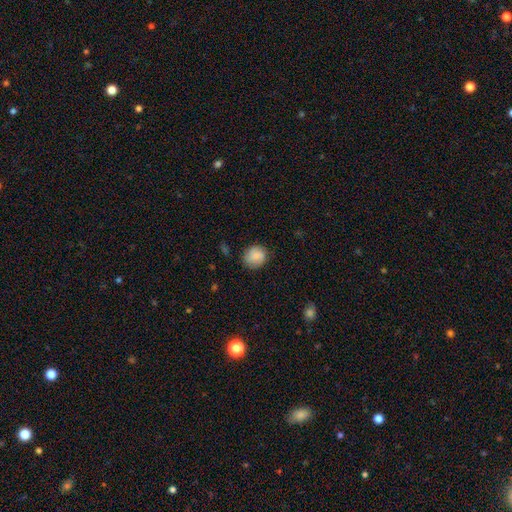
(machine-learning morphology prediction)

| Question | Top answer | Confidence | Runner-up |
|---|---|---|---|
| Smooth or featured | smooth | 79% | featured or disk (14%) |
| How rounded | round | 79% | in between (20%) |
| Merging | none | 78% | minor disturbance (17%) |